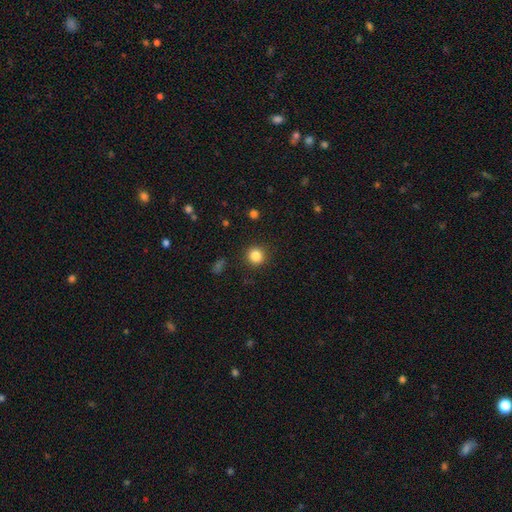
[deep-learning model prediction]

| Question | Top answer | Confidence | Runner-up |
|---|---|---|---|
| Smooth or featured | smooth | 84% | star or artifact (11%) |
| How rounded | round | 92% | in between (7%) |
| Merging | none | 91% | minor disturbance (6%) |